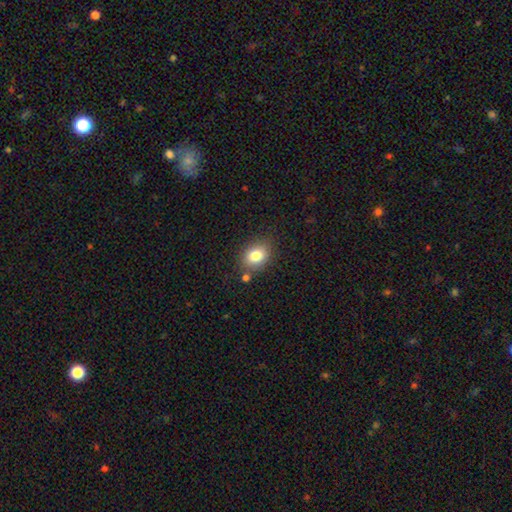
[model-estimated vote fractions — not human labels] smooth 80%, star or artifact 10%, featured or disk 9%. Down the decision tree: how rounded — in between (63%); merging — none (77%).